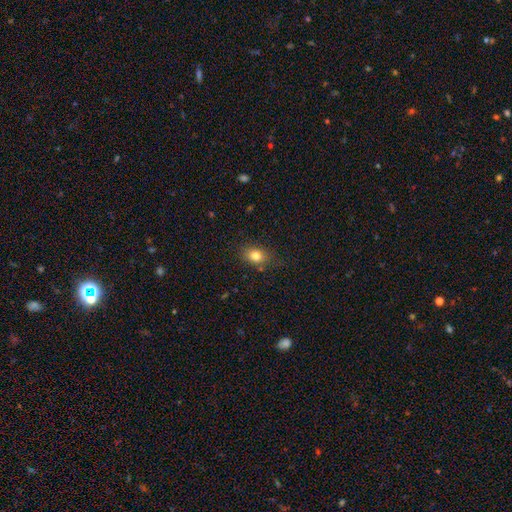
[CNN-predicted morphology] Smooth or featured? smooth (80%)
How rounded? in between (63%)
Merging? none (78%)